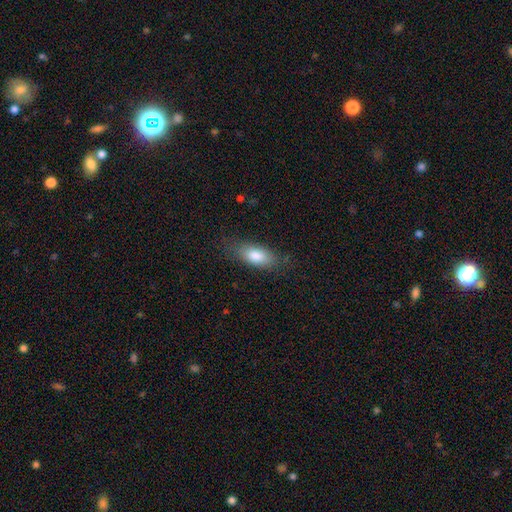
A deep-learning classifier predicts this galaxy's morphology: smooth-or-featured: smooth: 82% | featured or disk: 11% | star or artifact: 7%
  how-rounded: in between: 82% | cigar-shaped: 15% | round: 3%
  merging: none: 76% | minor disturbance: 18% | major disturbance: 5% | merger: 1%